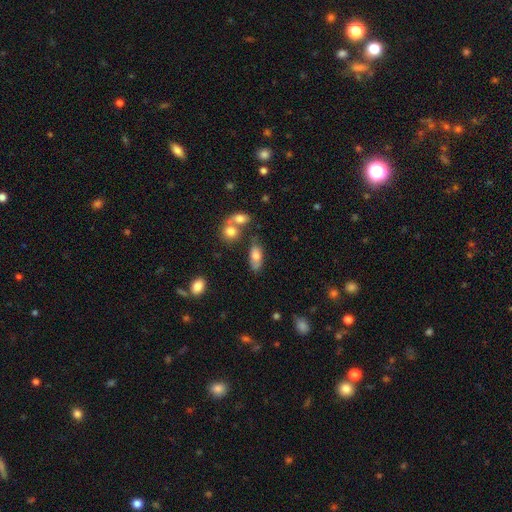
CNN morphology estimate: Smooth or featured? Predicted: smooth (p=0.72). How rounded? Predicted: in between (p=0.84). Merging? Predicted: none (p=0.58).